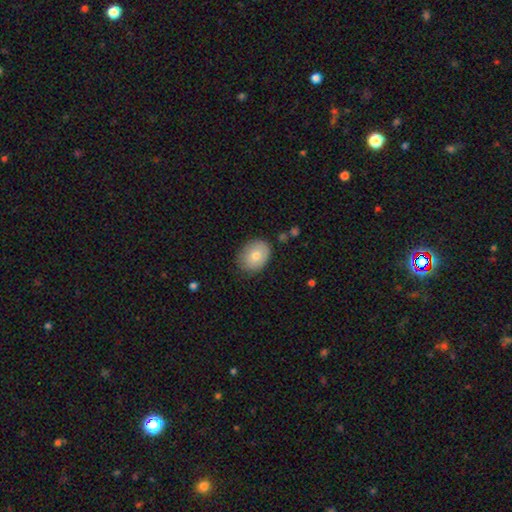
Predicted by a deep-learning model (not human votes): The model was most divided on "how rounded": in between: 60%, round: 39%, cigar-shaped: 1%. More confident: merging — none (80%); smooth or featured — smooth (76%).